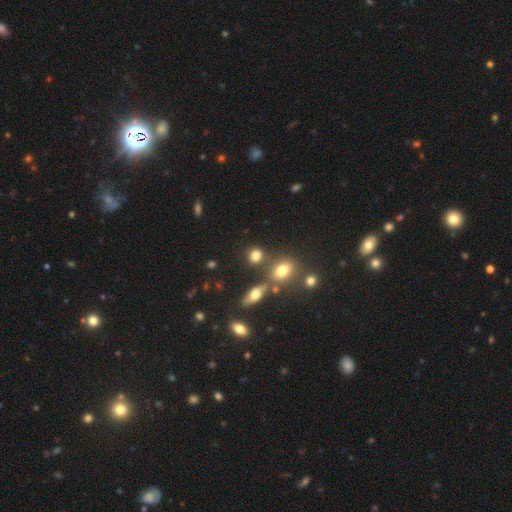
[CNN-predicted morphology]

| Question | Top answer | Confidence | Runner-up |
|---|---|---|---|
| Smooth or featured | smooth | 77% | star or artifact (13%) |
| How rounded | round | 67% | in between (30%) |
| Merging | none | 68% | merger (18%) |